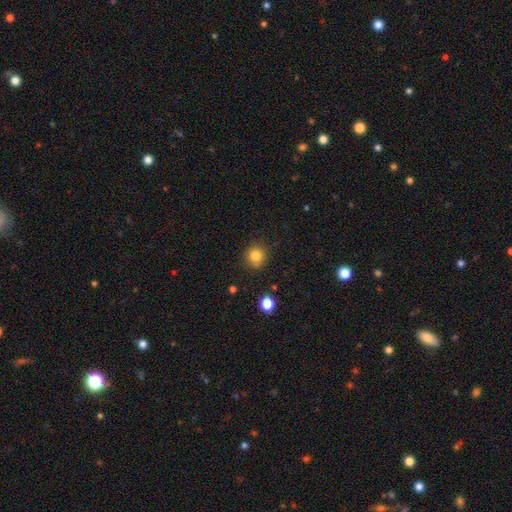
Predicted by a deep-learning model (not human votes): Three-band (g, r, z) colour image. It shows a smooth galaxy with no disk features (83%) that is round (90%). Merging: none (83%).